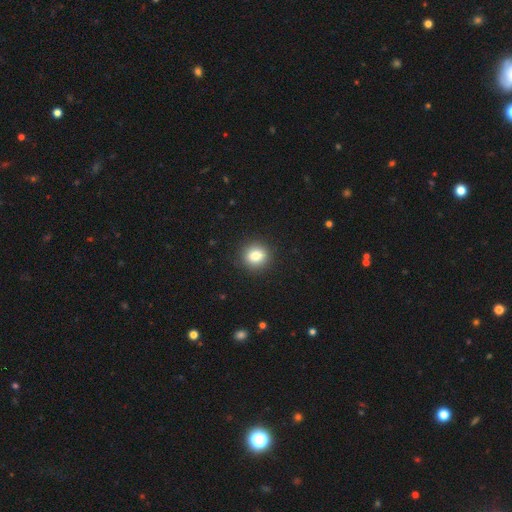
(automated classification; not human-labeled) smooth-or-featured: smooth: 83% | star or artifact: 10% | featured or disk: 7%
  how-rounded: round: 83% | in between: 16% | cigar-shaped: 1%
  merging: none: 91% | minor disturbance: 6% | major disturbance: 2% | merger: 1%